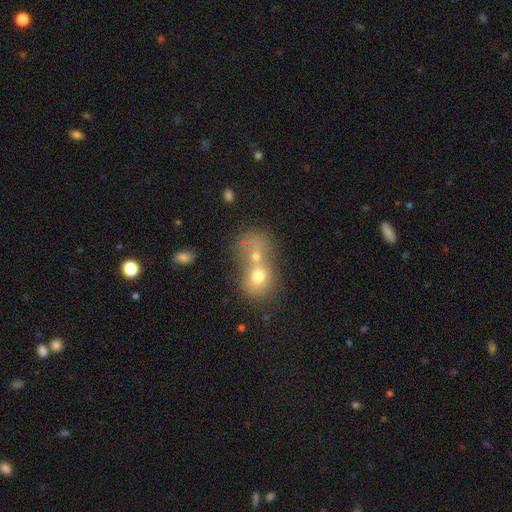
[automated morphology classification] Overall: smooth (64%). How rounded: round (64%; in between 35%). Merging: merger (74%).